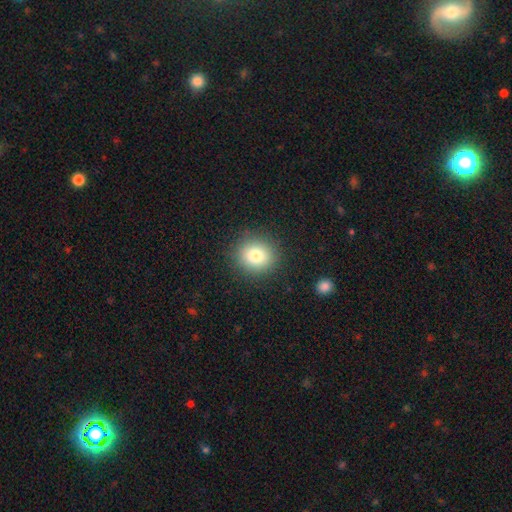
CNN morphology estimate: This appears to be a smooth galaxy with no disk features (80%) that is round (85%). Merging: none (90%).